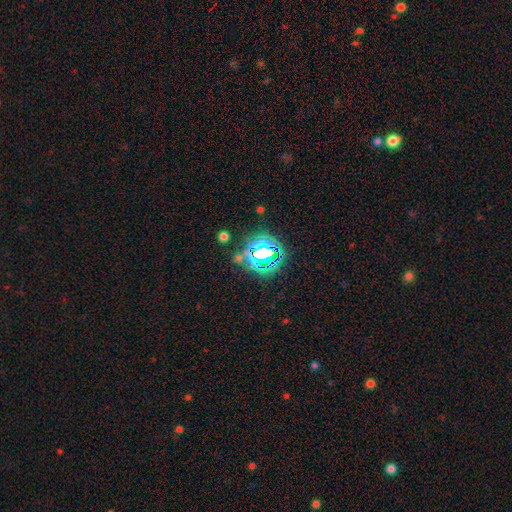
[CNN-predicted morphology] star or artifact 75%, smooth 16%, featured or disk 9%.